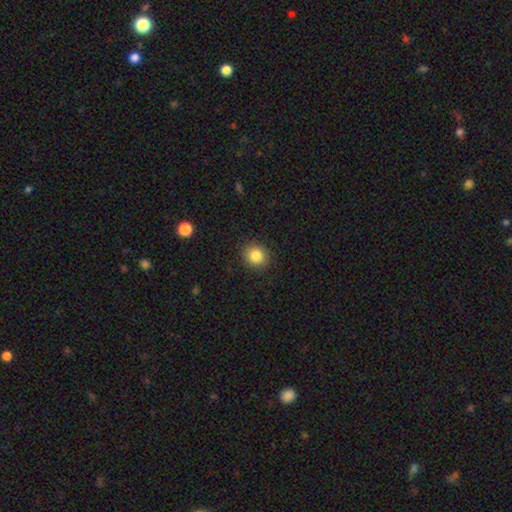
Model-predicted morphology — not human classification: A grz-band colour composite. It shows a smooth galaxy with no disk features (85%) that is round (78%). Merging: none (90%).